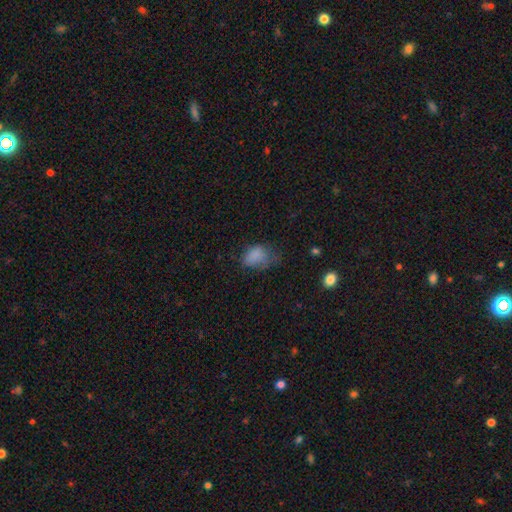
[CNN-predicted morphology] Smooth or featured? Predicted: smooth (p=0.80). How rounded? Predicted: in between (p=0.79). Merging? Predicted: none (p=0.36).